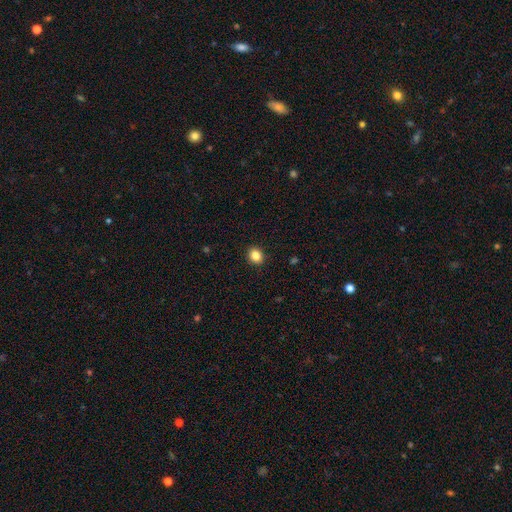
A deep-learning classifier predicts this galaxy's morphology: type=smooth (85%); roundness=round (62%); merging=none (91%).